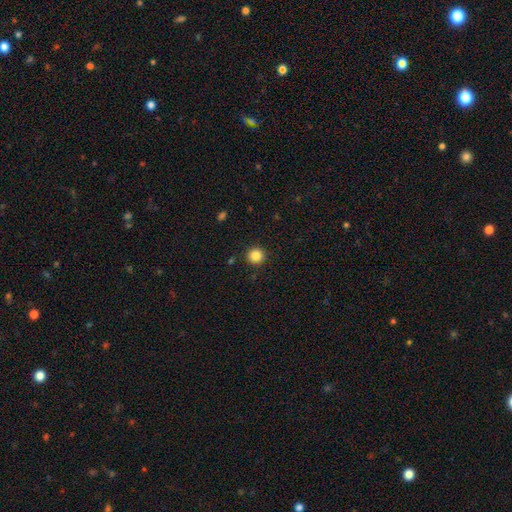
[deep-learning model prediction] This is clearly a smooth galaxy (85%). How rounded: clearly round (94%). Merging: clearly none (92%).